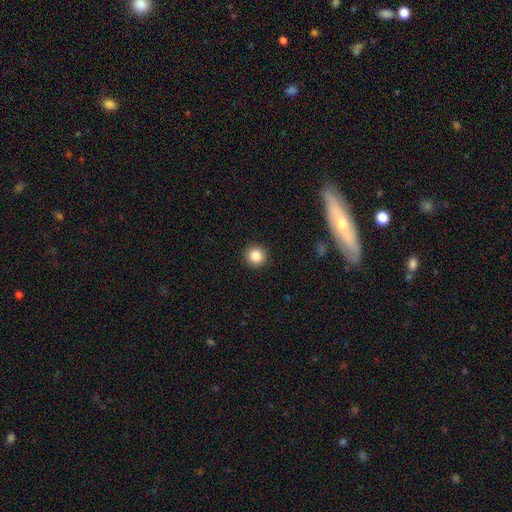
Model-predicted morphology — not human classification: Overall: smooth (85%). How rounded: round (94%). Merging: none (93%).